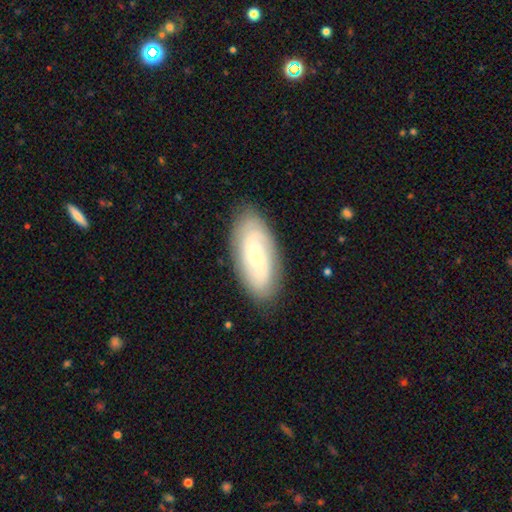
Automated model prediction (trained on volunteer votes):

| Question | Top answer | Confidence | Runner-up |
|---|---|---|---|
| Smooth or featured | featured or disk | 65% | smooth (29%) |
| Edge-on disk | no | 92% | yes (8%) |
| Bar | no | 66% | weak (27%) |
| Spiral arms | yes | 88% | no (12%) |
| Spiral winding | tight | 57% | medium (32%) |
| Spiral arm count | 2 | 47% | can't tell (34%) |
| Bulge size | small | 74% | moderate (21%) |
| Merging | none | 84% | minor disturbance (12%) |